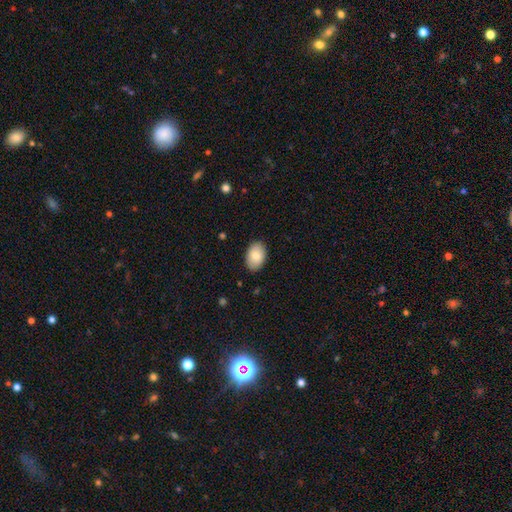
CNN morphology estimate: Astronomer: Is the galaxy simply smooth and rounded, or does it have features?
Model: smooth — 84%.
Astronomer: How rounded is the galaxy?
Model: in between — 90%.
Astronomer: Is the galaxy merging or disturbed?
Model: none — 88%.